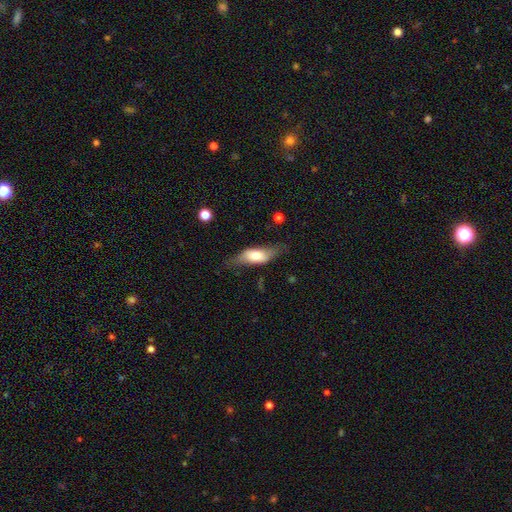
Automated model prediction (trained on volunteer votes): smooth_or_featured: smooth (p=0.57) [alt: featured or disk p=0.36]
how_rounded: in between (p=0.69) [alt: cigar-shaped p=0.28]
merging: none (p=0.58) [alt: minor disturbance p=0.27]